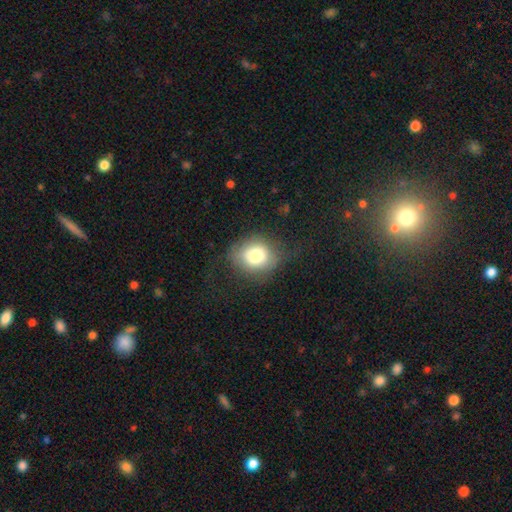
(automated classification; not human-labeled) Smooth or featured: smooth — 76% (featured or disk — 13%)
How rounded: round — 68% (in between — 31%)
Merging: none — 69% (minor disturbance — 19%)